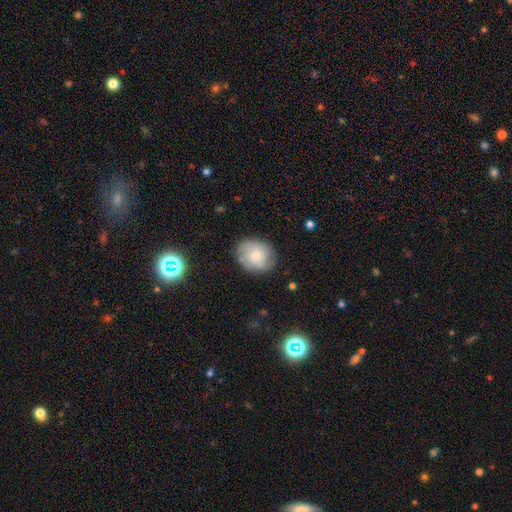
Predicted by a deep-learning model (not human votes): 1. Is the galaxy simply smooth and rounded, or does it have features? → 57% smooth, 34% featured or disk, 8% star or artifact.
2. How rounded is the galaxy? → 64% round, 35% in between, 1% cigar-shaped.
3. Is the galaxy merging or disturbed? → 79% none, 15% minor disturbance, 4% major disturbance, 1% merger.